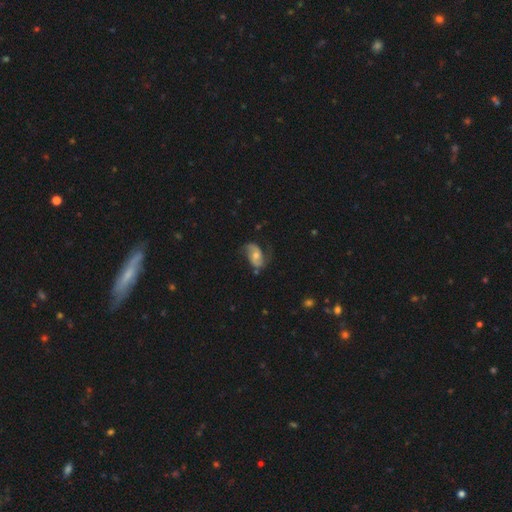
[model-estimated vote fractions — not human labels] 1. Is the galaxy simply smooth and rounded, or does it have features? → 68% featured or disk, 25% smooth, 7% star or artifact.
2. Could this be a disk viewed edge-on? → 96% no, 4% yes.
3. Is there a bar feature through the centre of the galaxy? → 55% no, 33% weak, 11% strong.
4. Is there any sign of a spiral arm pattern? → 90% yes, 10% no.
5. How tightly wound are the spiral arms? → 50% loose, 36% medium, 14% tight.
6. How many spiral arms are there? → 87% 2, 6% can't tell, 4% 1, 1% 3, 1% 4, 1% more than 4.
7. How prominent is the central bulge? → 54% moderate, 36% small, 5% large, 3% none, 1% dominant.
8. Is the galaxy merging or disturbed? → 60% none, 24% minor disturbance, 13% major disturbance, 2% merger.